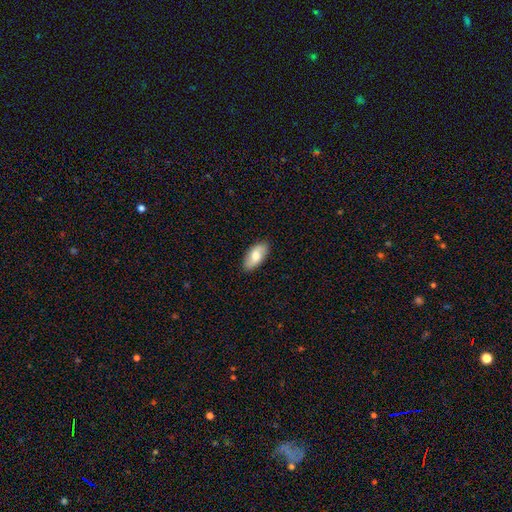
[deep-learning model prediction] Morphology: type=smooth (71%); roundness=in between (91%); merging=none (88%).